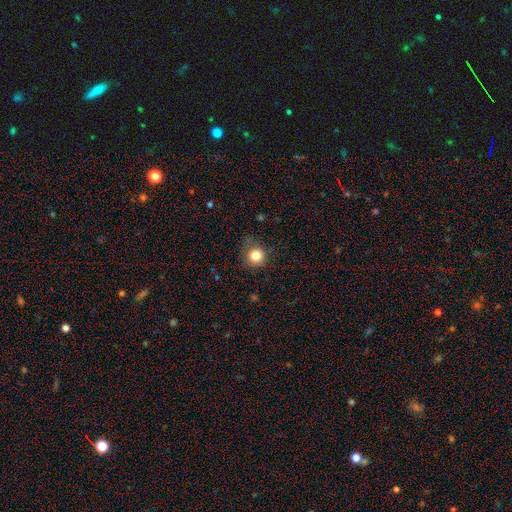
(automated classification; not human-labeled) This appears to be a smooth galaxy with no disk features (83%) that is round (91%). Merging: none (75%).